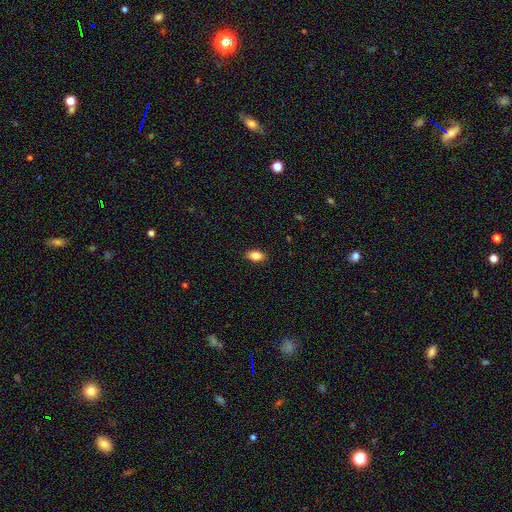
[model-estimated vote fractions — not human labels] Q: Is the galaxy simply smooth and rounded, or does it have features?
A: smooth — 84%.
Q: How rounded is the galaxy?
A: in between — 87%.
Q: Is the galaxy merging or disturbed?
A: none — 88%.